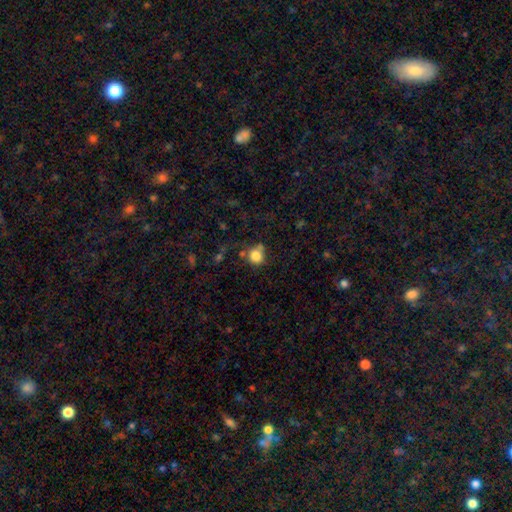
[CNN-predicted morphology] Smooth or featured?
  - smooth: 82% *
  - star or artifact: 11%
  - featured or disk: 7%
How rounded?
  - round: 84% *
  - in between: 15%
  - cigar-shaped: 1%
Merging?
  - none: 63% *
  - minor disturbance: 17%
  - merger: 13%
  - major disturbance: 6%